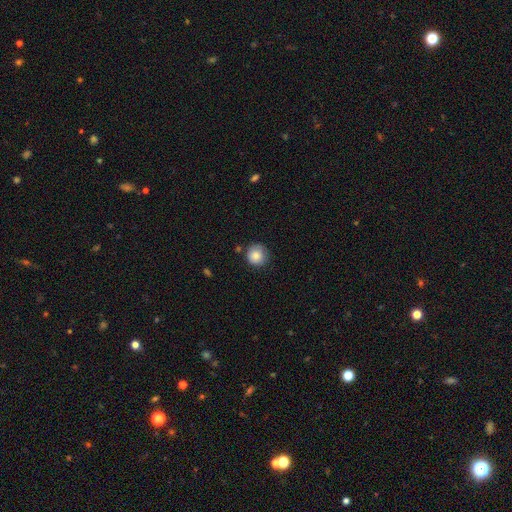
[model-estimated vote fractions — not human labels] smooth 83%, star or artifact 9%, featured or disk 8%. Down the decision tree: how rounded — round (94%); merging — none (79%).